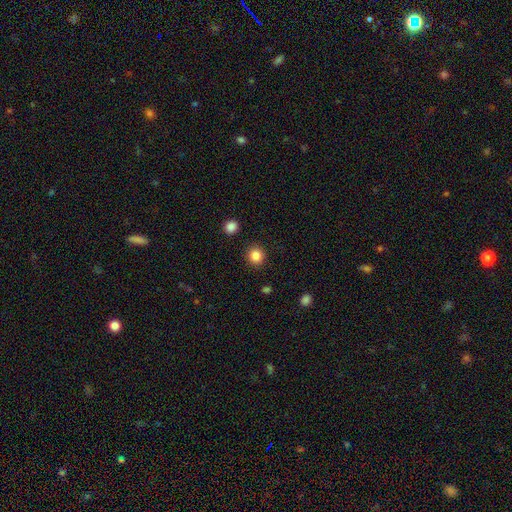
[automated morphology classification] A smooth galaxy with no disk features (85%) that is round (91%). Merging: none (91%).